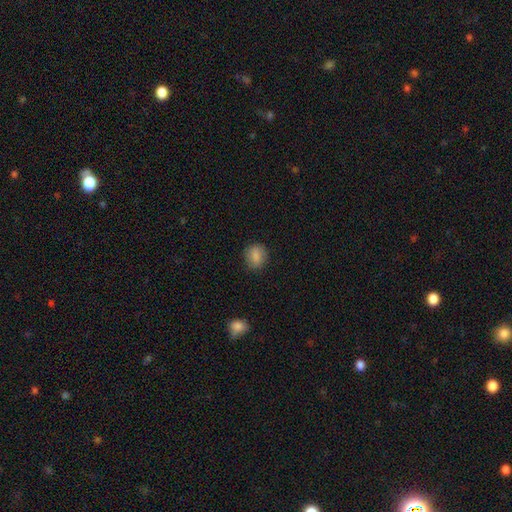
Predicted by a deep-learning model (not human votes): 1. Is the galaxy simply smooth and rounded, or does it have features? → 84% smooth, 9% star or artifact, 7% featured or disk.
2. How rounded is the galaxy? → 68% round, 30% in between, 1% cigar-shaped.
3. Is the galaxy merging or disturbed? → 84% none, 12% minor disturbance, 3% major disturbance, 1% merger.